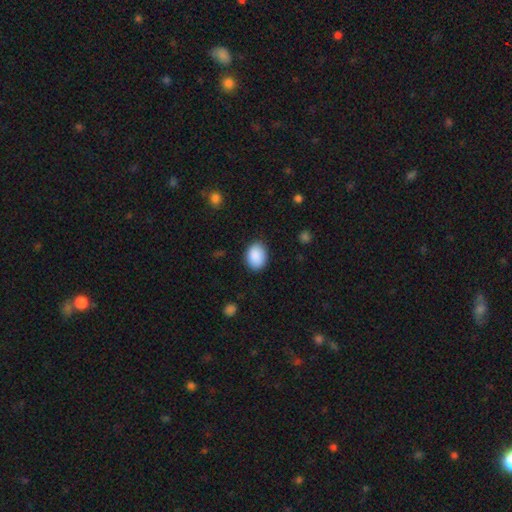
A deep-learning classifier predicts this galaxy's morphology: Q: Smooth or featured?
A: smooth (90%); runner-up: star or artifact (7%)
Q: How rounded?
A: in between (70%); runner-up: round (29%)
Q: Merging?
A: none (86%); runner-up: minor disturbance (10%)